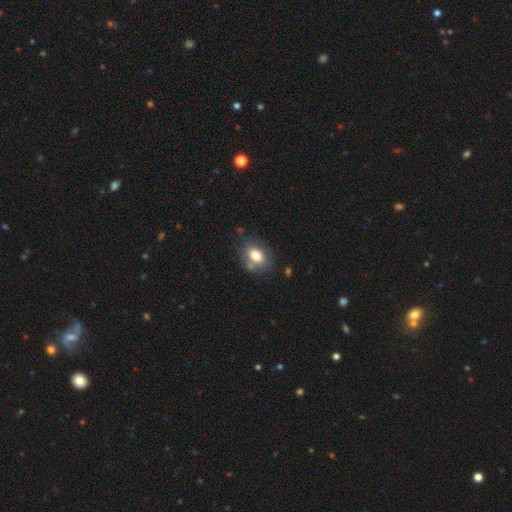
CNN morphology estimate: This appears to be a smooth galaxy with no disk features (78%) that is in between round and cigar-shaped (75%). Merging: none (66%).